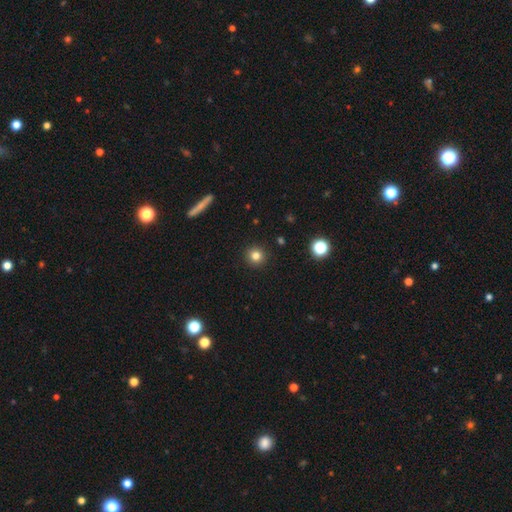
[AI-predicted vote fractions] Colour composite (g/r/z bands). It shows a smooth galaxy with no disk features (81%) that is round (94%). Merging: none (92%).